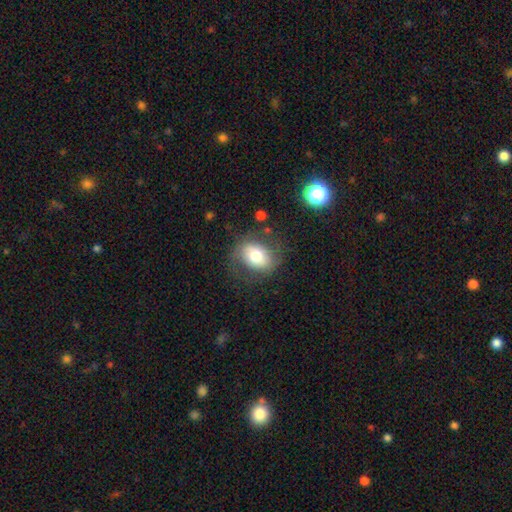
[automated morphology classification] This is likely a smooth galaxy (66%). How rounded: likely in between (62%). Merging: likely none (68%).